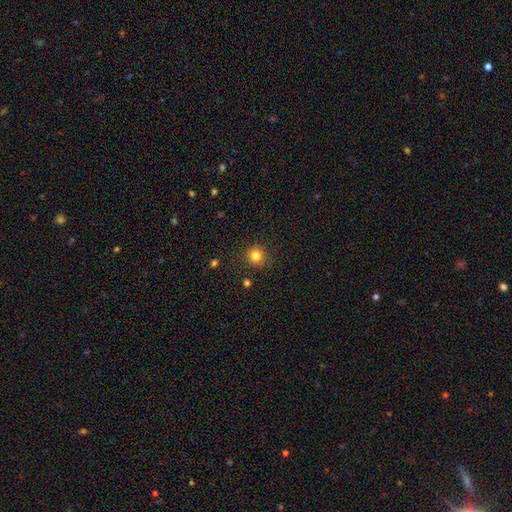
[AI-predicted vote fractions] Smooth or featured?
  - smooth: 82% *
  - star or artifact: 13%
  - featured or disk: 5%
How rounded?
  - round: 94% *
  - in between: 5%
  - cigar-shaped: 1%
Merging?
  - none: 89% *
  - minor disturbance: 7%
  - major disturbance: 2%
  - merger: 2%